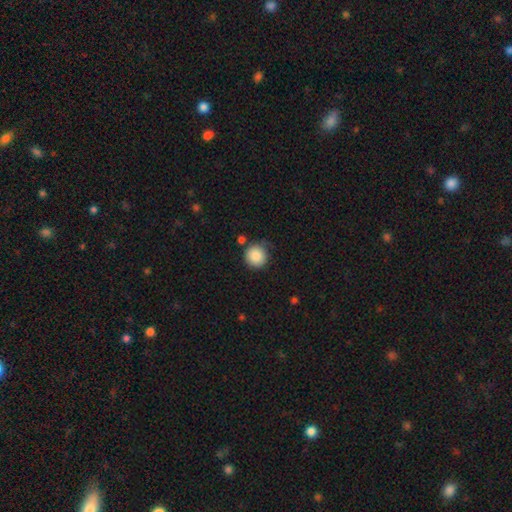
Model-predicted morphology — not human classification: A smooth galaxy with no disk features (86%) that is round (94%). Merging: none (74%).